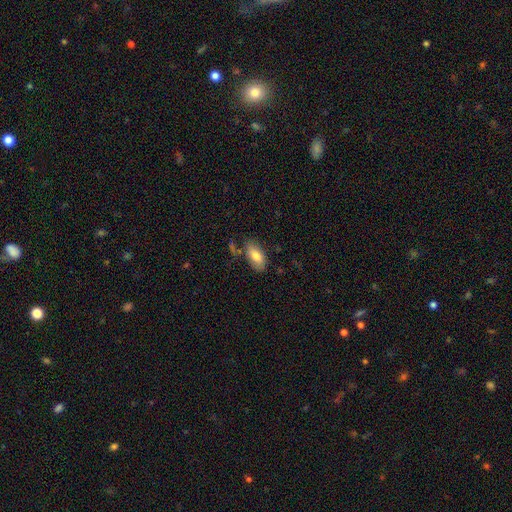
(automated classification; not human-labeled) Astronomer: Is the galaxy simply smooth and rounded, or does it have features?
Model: smooth — 81%.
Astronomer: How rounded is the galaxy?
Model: in between — 91%.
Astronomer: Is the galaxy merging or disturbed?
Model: none — 72%.